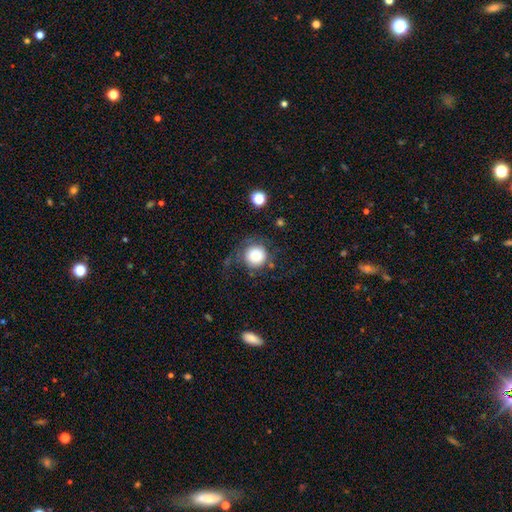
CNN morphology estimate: Q: Smooth or featured?
A: smooth (81%); runner-up: star or artifact (10%)
Q: How rounded?
A: round (92%); runner-up: in between (7%)
Q: Merging?
A: none (64%); runner-up: minor disturbance (18%)